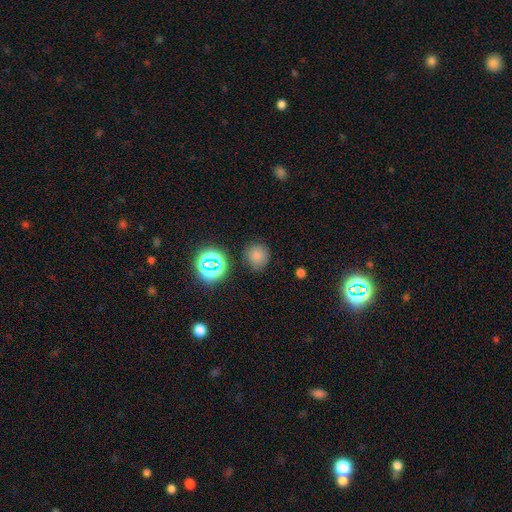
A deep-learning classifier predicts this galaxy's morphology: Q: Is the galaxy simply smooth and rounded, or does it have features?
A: smooth — 74%.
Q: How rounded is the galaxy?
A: round — 89%.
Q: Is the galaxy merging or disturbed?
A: none — 82%.